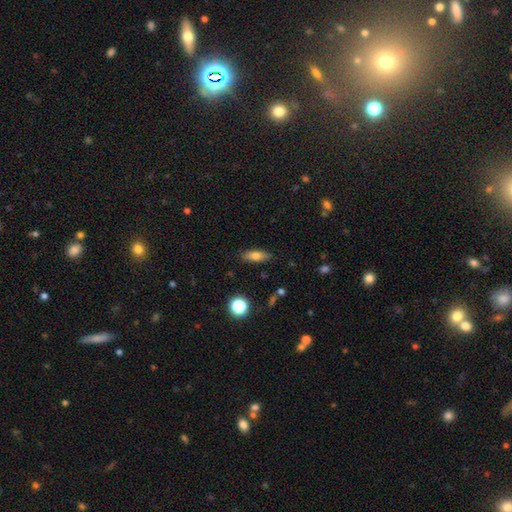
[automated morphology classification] smooth-or-featured: smooth: 72% | featured or disk: 18% | star or artifact: 10%
  how-rounded: in between: 67% | cigar-shaped: 27% | round: 5%
  merging: none: 86% | minor disturbance: 10% | major disturbance: 2% | merger: 2%